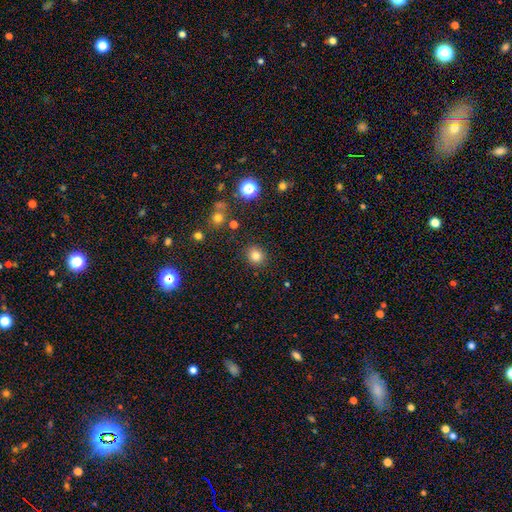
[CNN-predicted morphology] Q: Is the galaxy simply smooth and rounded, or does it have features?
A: smooth — 82%.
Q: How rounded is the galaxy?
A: round — 84%.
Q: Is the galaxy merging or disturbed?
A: none — 89%.